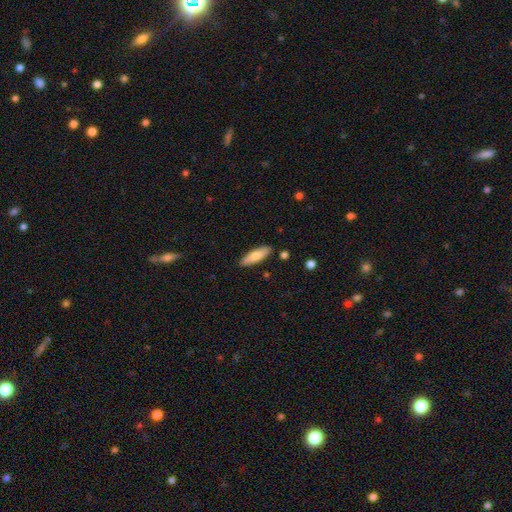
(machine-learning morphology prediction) Smooth or featured?
  - smooth: 72% *
  - featured or disk: 22%
  - star or artifact: 6%
How rounded?
  - cigar-shaped: 55% *
  - in between: 43%
  - round: 2%
Merging?
  - none: 87% *
  - minor disturbance: 9%
  - merger: 2%
  - major disturbance: 2%